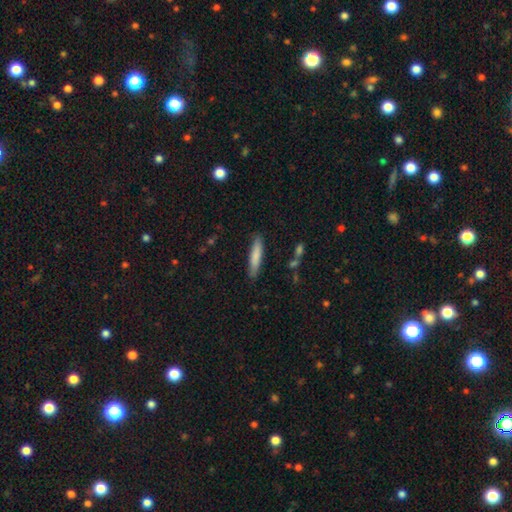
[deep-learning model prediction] smooth 79%, featured or disk 15%, star or artifact 6%. Down the decision tree: how rounded — cigar-shaped (87%); merging — none (84%).